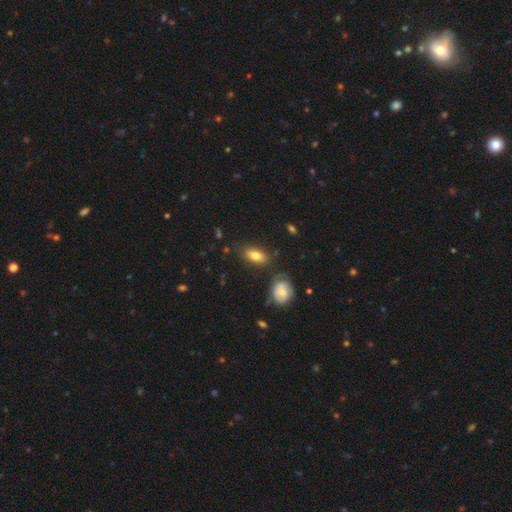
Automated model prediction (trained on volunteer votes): Smooth or featured? Predicted: smooth (p=0.76). How rounded? Predicted: in between (p=0.85). Merging? Predicted: none (p=0.77).